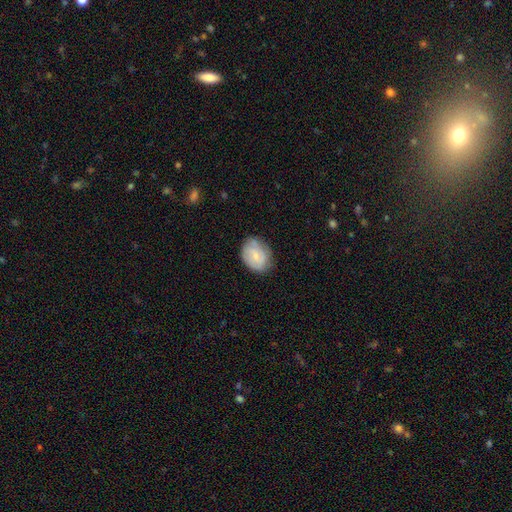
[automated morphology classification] Smooth or featured?
  - smooth: 67% *
  - featured or disk: 26%
  - star or artifact: 7%
How rounded?
  - in between: 60% *
  - round: 39%
  - cigar-shaped: 1%
Merging?
  - none: 69% *
  - minor disturbance: 24%
  - major disturbance: 5%
  - merger: 1%